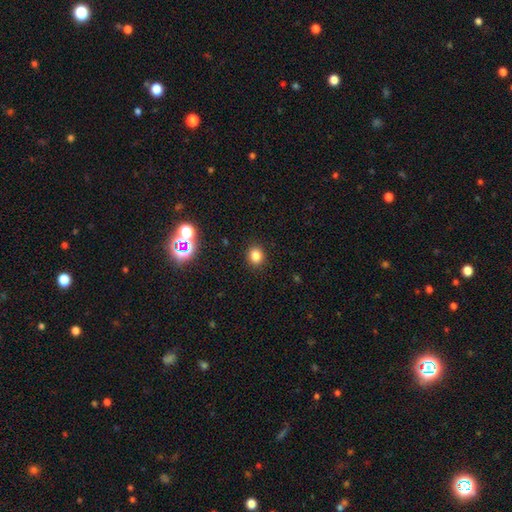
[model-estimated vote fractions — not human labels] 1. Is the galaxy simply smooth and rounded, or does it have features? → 81% smooth, 14% star or artifact, 5% featured or disk.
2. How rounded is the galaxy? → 75% round, 24% in between, 1% cigar-shaped.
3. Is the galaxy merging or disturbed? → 90% none, 6% minor disturbance, 2% major disturbance, 1% merger.